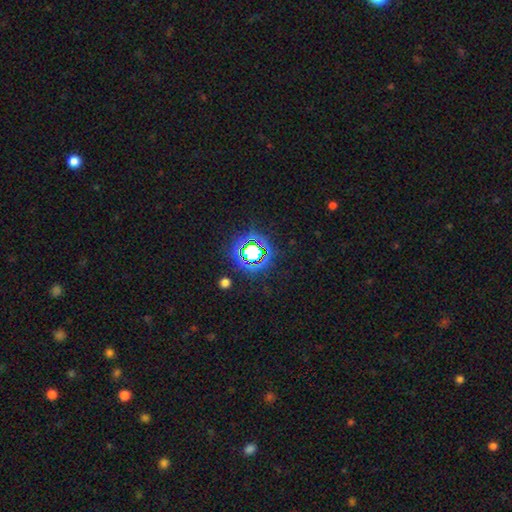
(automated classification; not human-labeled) Smooth or featured: star or artifact — 68% (smooth — 21%)